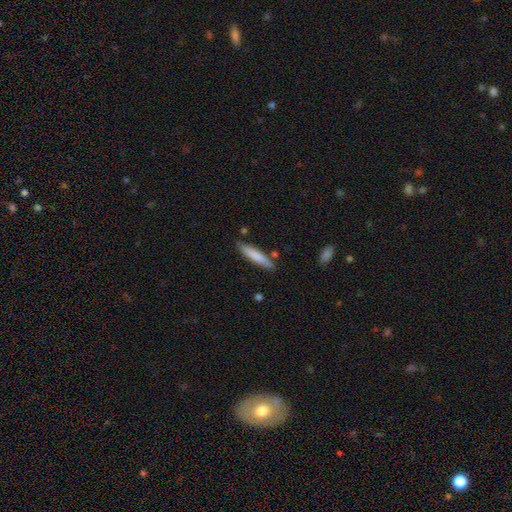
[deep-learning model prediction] Smooth or featured? Predicted: smooth (p=0.77). How rounded? Predicted: cigar-shaped (p=0.89). Merging? Predicted: none (p=0.82).